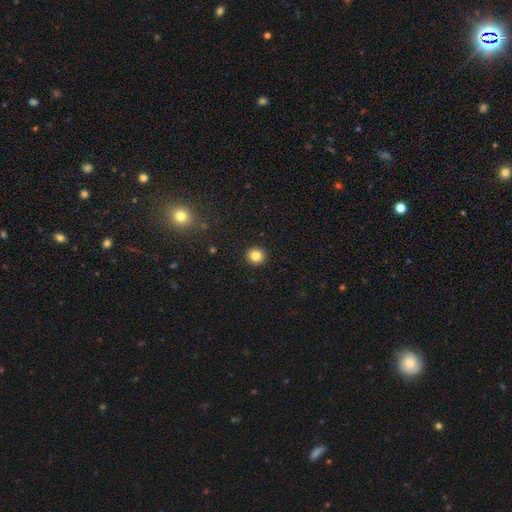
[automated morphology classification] This appears to be a smooth galaxy with no disk features (83%) that is round (90%). Merging: none (92%).